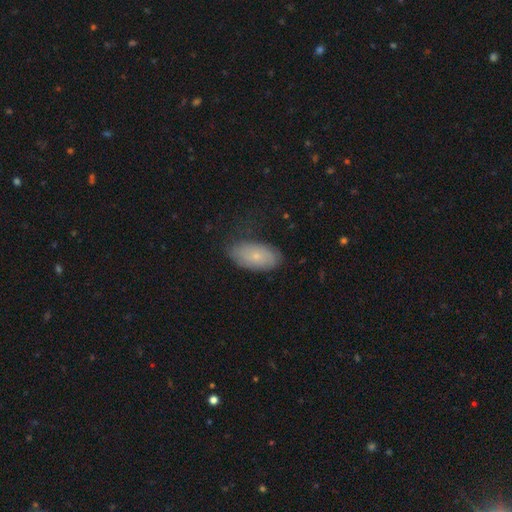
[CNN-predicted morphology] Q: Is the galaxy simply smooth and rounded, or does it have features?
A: smooth — 67%.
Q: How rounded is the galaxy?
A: in between — 93%.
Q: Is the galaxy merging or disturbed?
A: none — 71%.